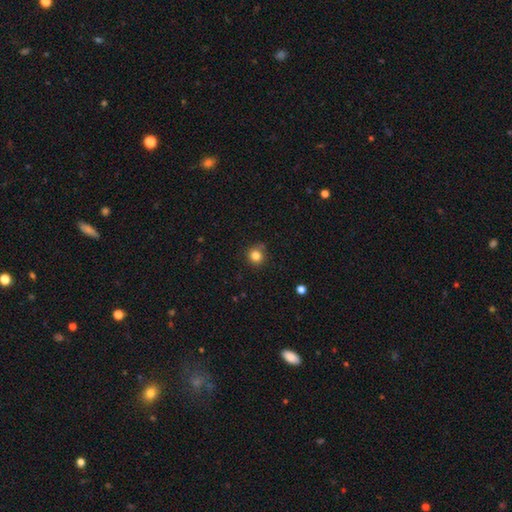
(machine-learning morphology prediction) This is clearly a smooth galaxy (82%). How rounded: clearly round (90%). Merging: clearly none (80%).